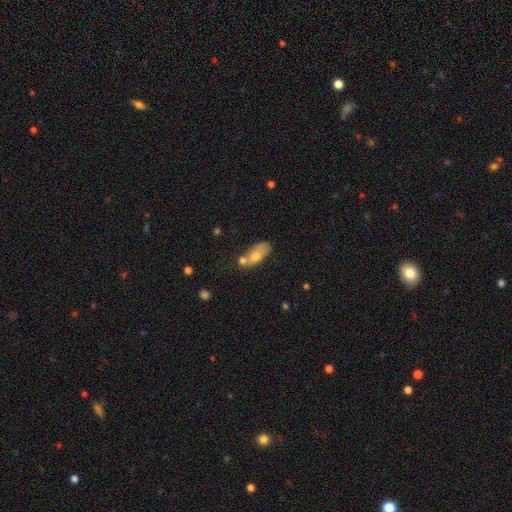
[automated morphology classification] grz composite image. It shows a smooth galaxy with no disk features (68%) that is in between round and cigar-shaped (82%). Merging: none (45%).